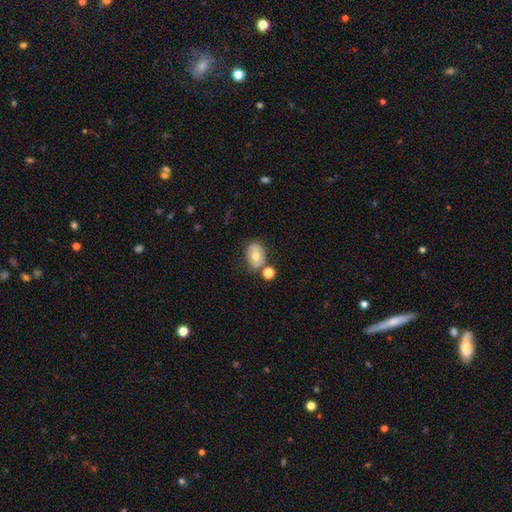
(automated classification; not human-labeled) This is likely a smooth galaxy (62%). How rounded: likely in between (74%). Merging: likely none (66%).